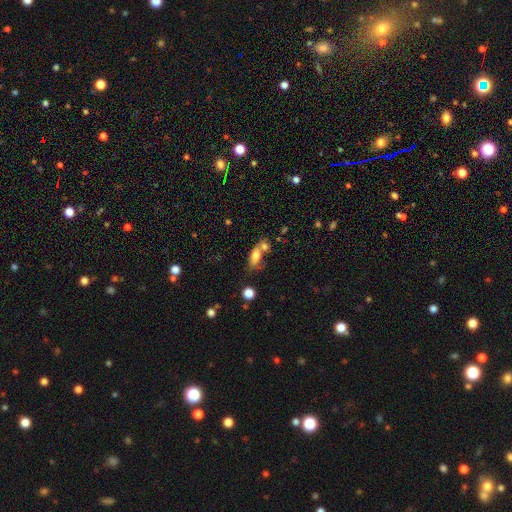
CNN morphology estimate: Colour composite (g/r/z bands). It shows a smooth galaxy with no disk features (70%) that is in between round and cigar-shaped (78%). Merging: merger (46%).